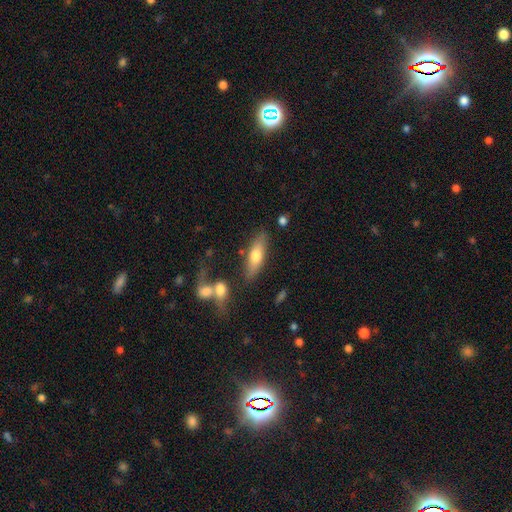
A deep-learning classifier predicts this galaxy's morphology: A smooth galaxy with no disk features (64%) that is in between round and cigar-shaped (55%).

Vote fractions:
- Smooth or featured? smooth: 64% / featured or disk: 30% / star or artifact: 6%
- How rounded? in between: 55% / cigar-shaped: 42% / round: 3%
- Merging? none: 76% / minor disturbance: 13% / merger: 7% / major disturbance: 4%